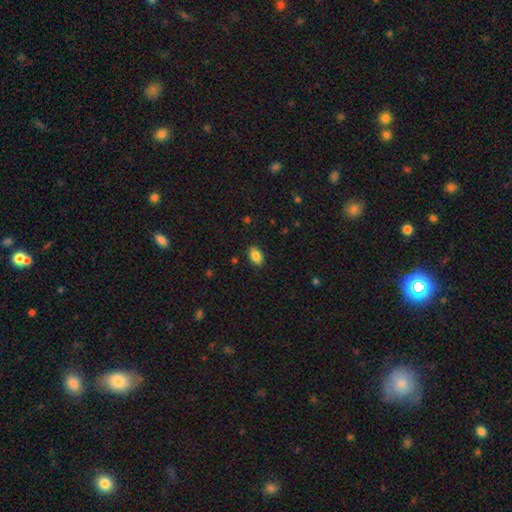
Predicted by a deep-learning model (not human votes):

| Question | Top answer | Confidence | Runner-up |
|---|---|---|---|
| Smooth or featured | smooth | 86% | star or artifact (8%) |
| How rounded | in between | 90% | round (7%) |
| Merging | none | 88% | minor disturbance (9%) |